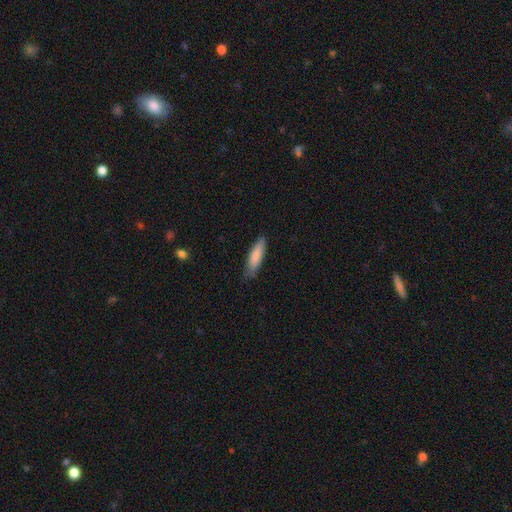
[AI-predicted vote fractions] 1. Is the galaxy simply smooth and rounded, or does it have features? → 84% smooth, 10% featured or disk, 6% star or artifact.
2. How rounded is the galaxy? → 59% cigar-shaped, 39% in between, 1% round.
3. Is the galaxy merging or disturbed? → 76% none, 20% minor disturbance, 3% major disturbance, 1% merger.